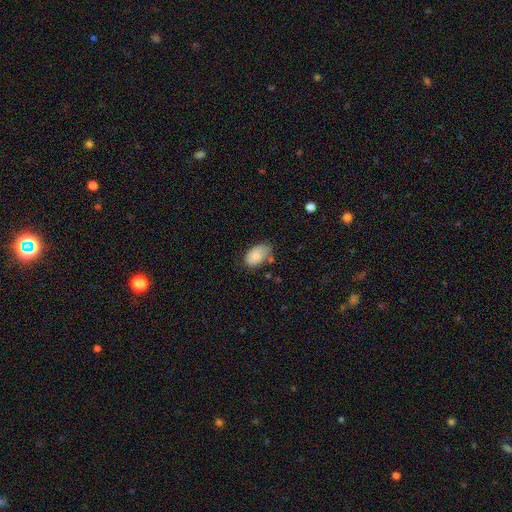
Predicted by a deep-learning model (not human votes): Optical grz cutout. It shows a smooth galaxy with no disk features (78%) that is in between round and cigar-shaped (91%). Merging: none (58%).